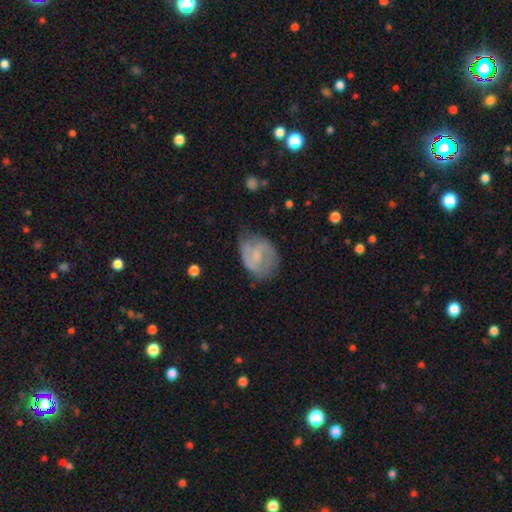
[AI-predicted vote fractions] Smooth or featured? featured or disk (71%)
Edge-on disk? no (98%)
Bar? weak (54%)
Spiral arms? yes (89%)
Spiral winding? medium (46%)
Spiral arm count? 2 (76%)
Bulge size? small (38%)
Merging? none (59%)